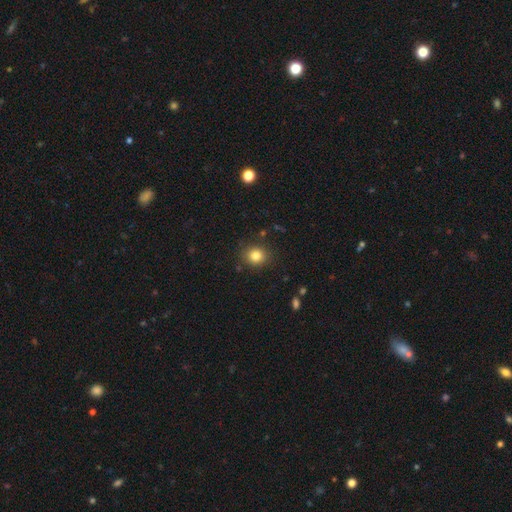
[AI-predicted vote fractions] Q: Smooth or featured?
A: smooth (82%); runner-up: star or artifact (12%)
Q: How rounded?
A: round (79%); runner-up: in between (20%)
Q: Merging?
A: none (87%); runner-up: minor disturbance (9%)